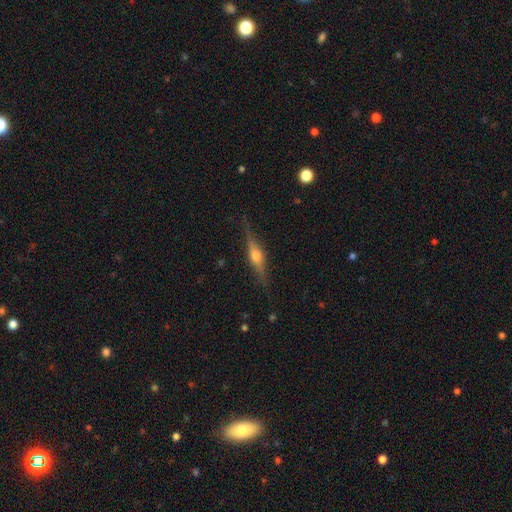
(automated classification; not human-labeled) This is likely a featured or disk galaxy (77%). It is clearly viewed edge-on (97%). Edge-on bulge: clearly rounded (91%). Merging: clearly none (86%).